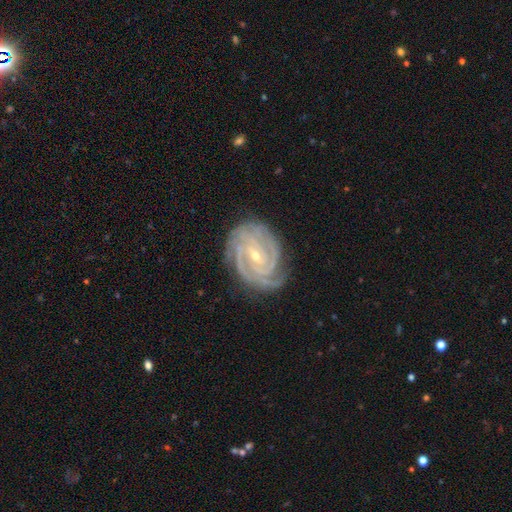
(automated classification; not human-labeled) smooth-or-featured: featured or disk: 91% | star or artifact: 5% | smooth: 4%
  disk-edge-on: no: 98% | yes: 2%
    bar: weak: 42% | no: 36% | strong: 22%
    has-spiral-arms: yes: 99% | no: 1%
      spiral-winding: tight: 79% | medium: 19% | loose: 2%
      spiral-arm-count: 3: 30% | 4: 27% | 2: 15% | can't tell: 13% | more than 4: 8% | 1: 7%
    bulge-size: small: 72% | moderate: 25% | none: 1% | large: 1% | dominant: 1%
  merging: none: 79% | minor disturbance: 15% | major disturbance: 4% | merger: 1%